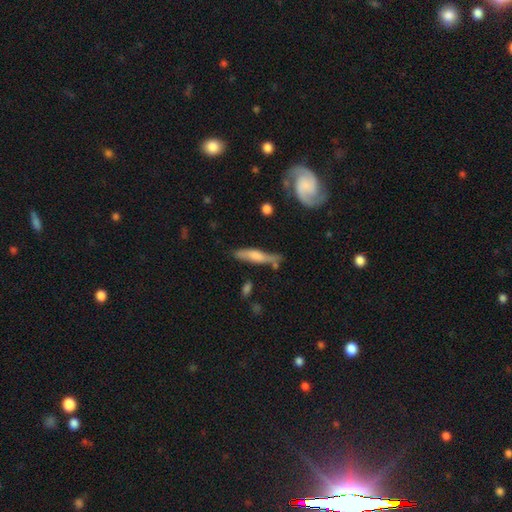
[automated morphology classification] Q: Smooth or featured?
A: featured or disk (52%); runner-up: smooth (42%)
Q: Edge-on disk?
A: yes (77%); runner-up: no (23%)
Q: Merging?
A: none (66%); runner-up: minor disturbance (21%)